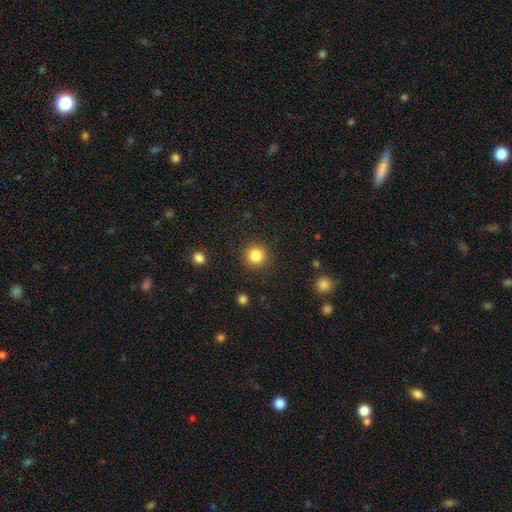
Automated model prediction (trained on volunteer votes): Smooth or featured: smooth — 84% (star or artifact — 11%)
How rounded: round — 94% (in between — 5%)
Merging: none — 90% (minor disturbance — 6%)